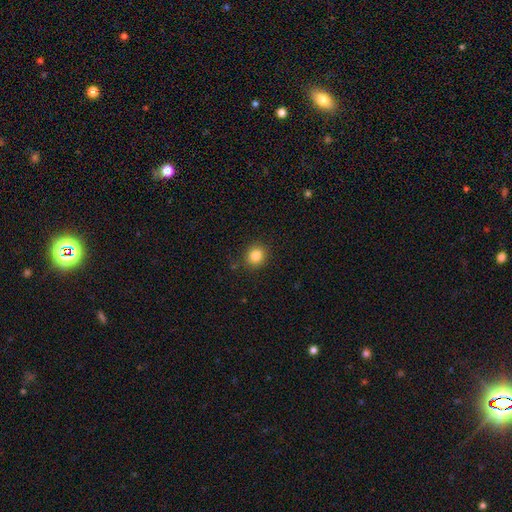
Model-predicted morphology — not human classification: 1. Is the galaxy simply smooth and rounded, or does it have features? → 84% smooth, 11% star or artifact, 5% featured or disk.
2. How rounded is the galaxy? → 84% round, 15% in between, 1% cigar-shaped.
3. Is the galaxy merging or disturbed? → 87% none, 9% minor disturbance, 2% major disturbance, 1% merger.